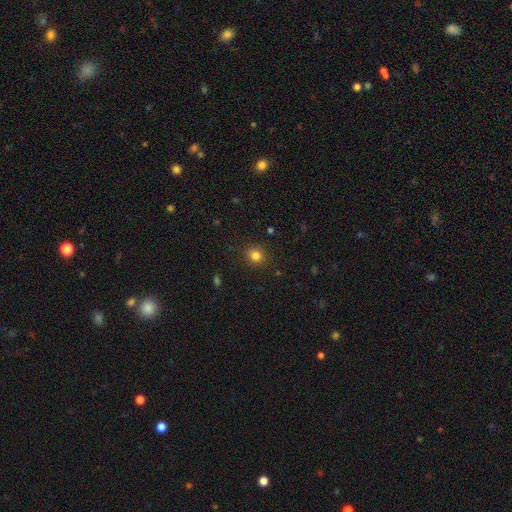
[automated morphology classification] This appears to be a smooth galaxy with no disk features (82%) that is round (82%). Merging: none (89%).